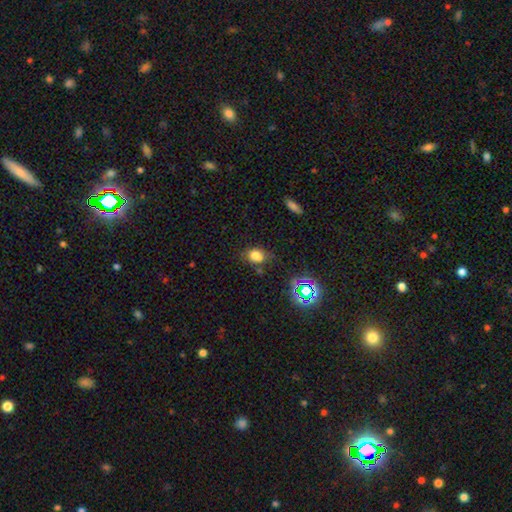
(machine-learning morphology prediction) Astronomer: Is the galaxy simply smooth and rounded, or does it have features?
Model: smooth — 73%.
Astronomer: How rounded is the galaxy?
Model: in between — 61% (runner-up: round, 37%).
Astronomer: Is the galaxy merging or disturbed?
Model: none — 61%.